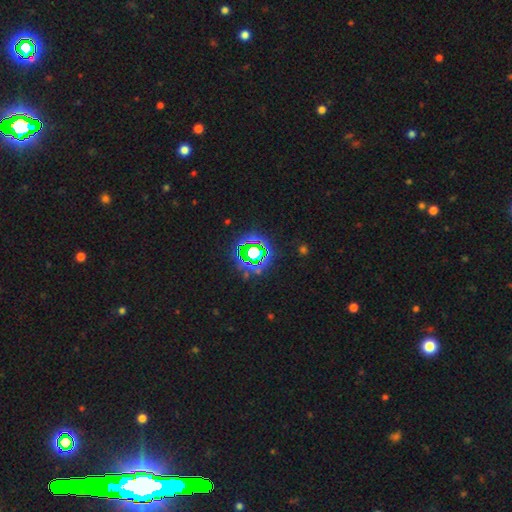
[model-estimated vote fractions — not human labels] A star or artifact, not a galaxy (70%).